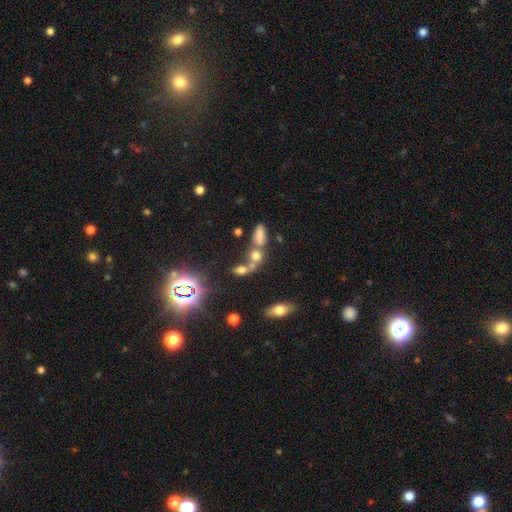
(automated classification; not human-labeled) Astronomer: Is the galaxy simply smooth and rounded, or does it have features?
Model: smooth — 65%.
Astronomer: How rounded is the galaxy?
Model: in between — 57% (runner-up: round, 35%).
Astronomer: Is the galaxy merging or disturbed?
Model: merger — 53% (runner-up: none, 31%).